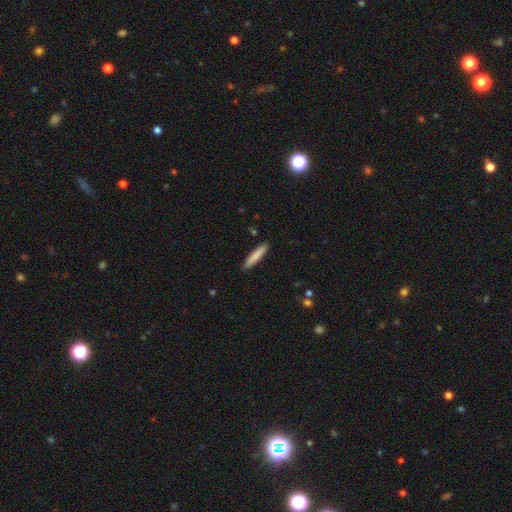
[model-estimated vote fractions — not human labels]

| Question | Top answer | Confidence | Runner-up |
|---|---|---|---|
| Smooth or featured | smooth | 83% | featured or disk (12%) |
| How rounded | cigar-shaped | 91% | in between (8%) |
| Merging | none | 90% | minor disturbance (7%) |